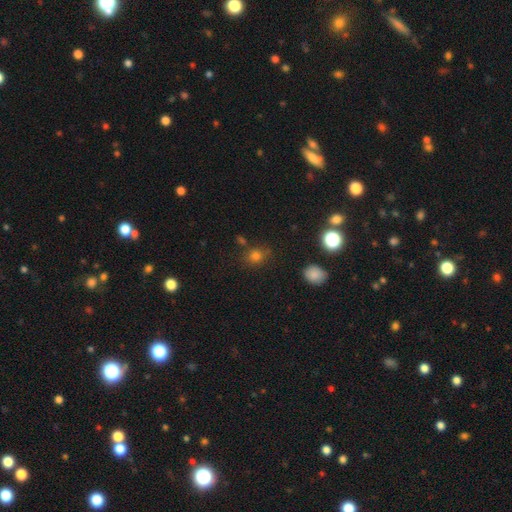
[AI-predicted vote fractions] Overall: smooth (73%). How rounded: round (69%; in between 30%). Merging: none (74%).